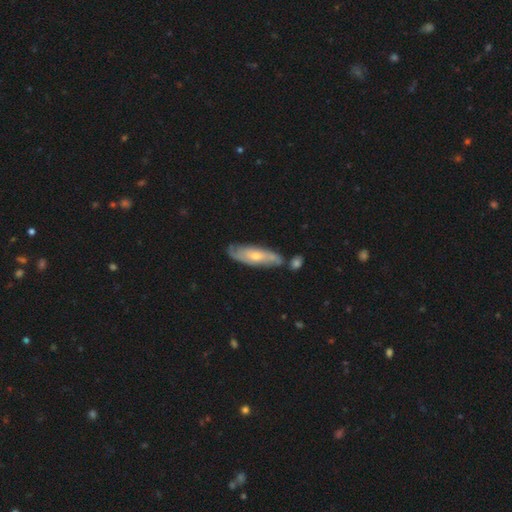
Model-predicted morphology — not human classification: Overall: featured or disk (60%; smooth 34%). Edge-on disk: no (69%; yes 31%). Merging: none (69%).